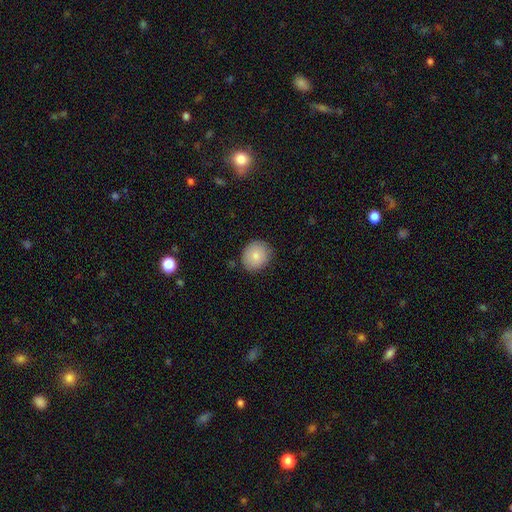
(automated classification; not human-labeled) The model was most divided on "how rounded": round: 77%, in between: 22%, cigar-shaped: 1%. More confident: merging — none (85%); smooth or featured — smooth (82%).